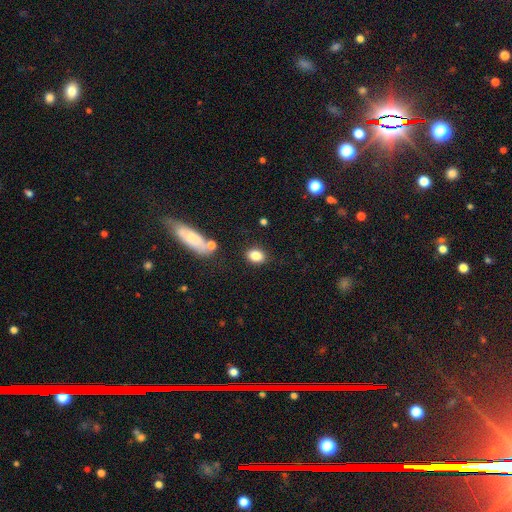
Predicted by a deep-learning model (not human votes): This is clearly a smooth galaxy (84%). How rounded: likely in between (70%). Merging: clearly none (81%).